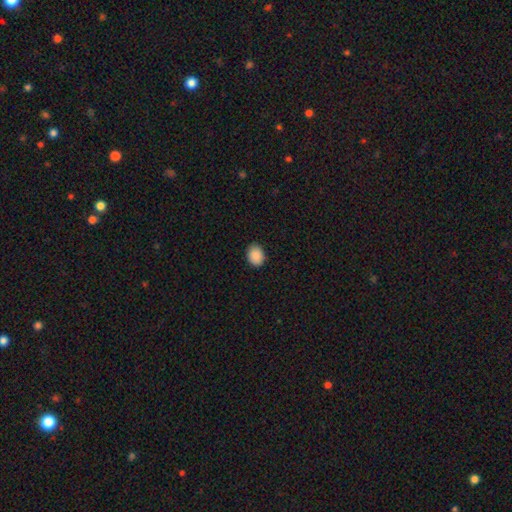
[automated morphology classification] This appears to be a smooth galaxy with no disk features (89%) that is in between round and cigar-shaped (55%). Merging: none (88%).